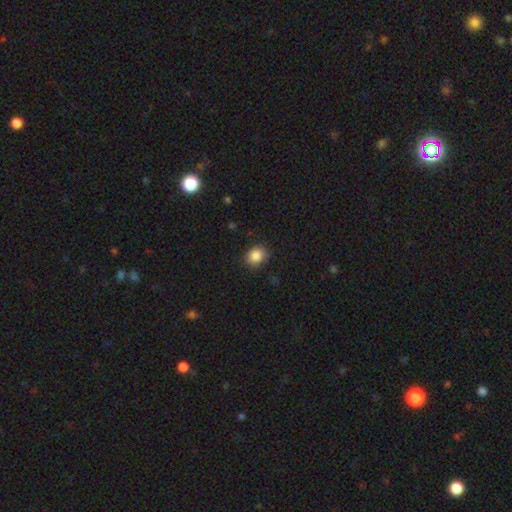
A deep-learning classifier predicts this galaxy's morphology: smooth-or-featured: smooth: 86% | star or artifact: 10% | featured or disk: 4%
  how-rounded: round: 70% | in between: 29% | cigar-shaped: 1%
  merging: none: 81% | minor disturbance: 14% | major disturbance: 3% | merger: 1%